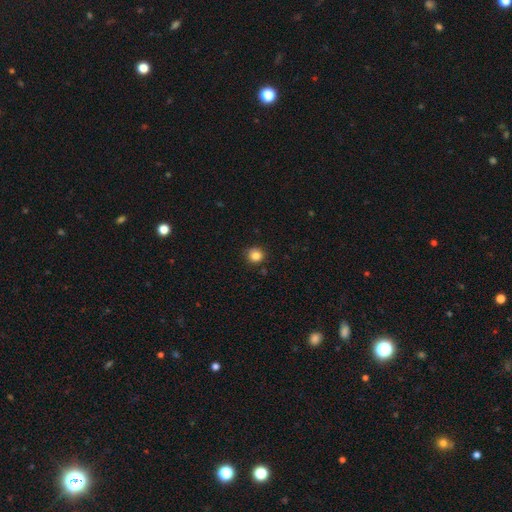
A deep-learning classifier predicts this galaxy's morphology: smooth-or-featured: smooth: 85% | star or artifact: 11% | featured or disk: 4%
  how-rounded: round: 90% | in between: 9% | cigar-shaped: 1%
  merging: none: 86% | minor disturbance: 10% | major disturbance: 2% | merger: 2%